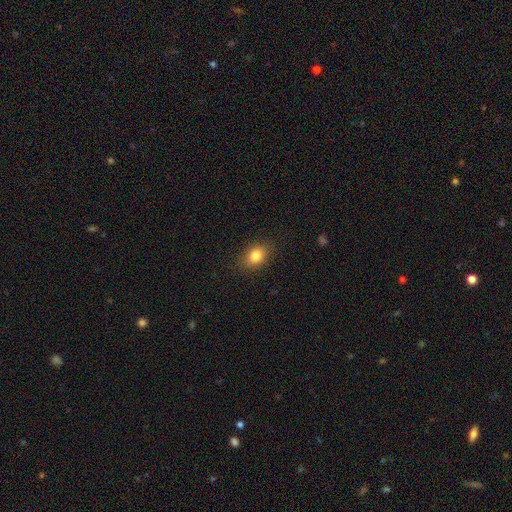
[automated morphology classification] Q: Smooth or featured?
A: smooth (82%); runner-up: star or artifact (10%)
Q: How rounded?
A: in between (67%); runner-up: round (31%)
Q: Merging?
A: none (86%); runner-up: minor disturbance (10%)